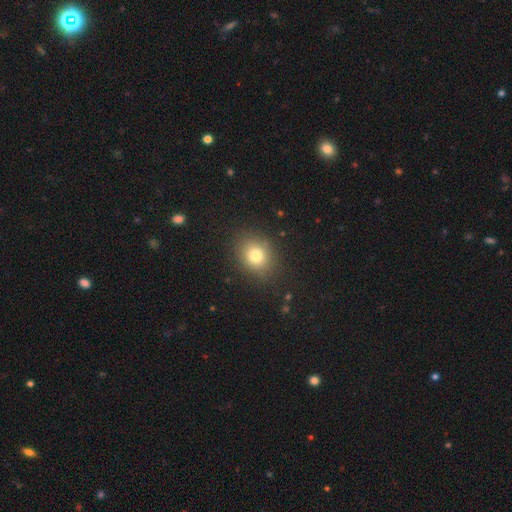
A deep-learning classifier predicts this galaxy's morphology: A smooth galaxy with no disk features (78%) that is round (59%).

Vote fractions:
- Smooth or featured? smooth: 78% / star or artifact: 13% / featured or disk: 9%
- How rounded? round: 59% / in between: 40% / cigar-shaped: 1%
- Merging? none: 86% / minor disturbance: 9% / major disturbance: 3% / merger: 1%